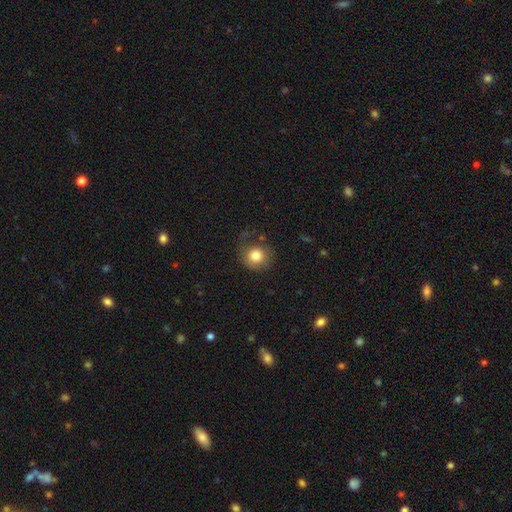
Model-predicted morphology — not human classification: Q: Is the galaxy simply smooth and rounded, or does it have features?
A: smooth — 81%.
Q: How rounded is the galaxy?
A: round — 88%.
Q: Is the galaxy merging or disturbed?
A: none — 69%.